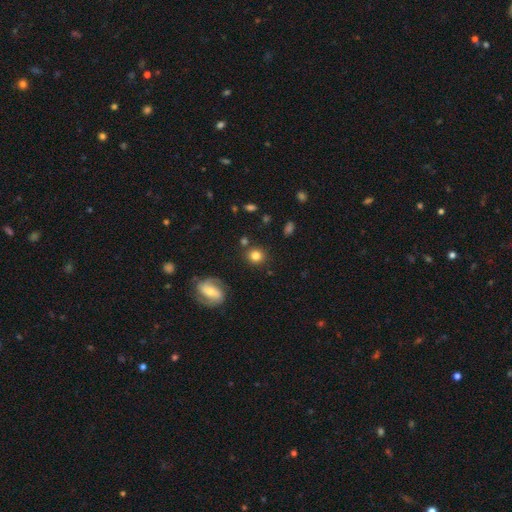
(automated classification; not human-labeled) Smooth or featured? smooth (79%)
How rounded? round (86%)
Merging? none (84%)